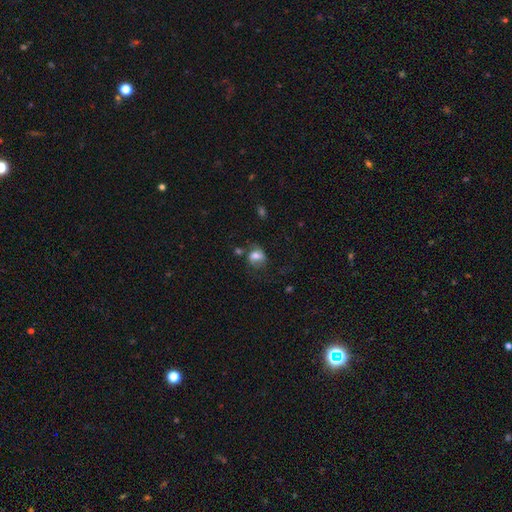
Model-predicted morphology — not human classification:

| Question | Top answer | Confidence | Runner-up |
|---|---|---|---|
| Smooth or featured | smooth | 58% | featured or disk (32%) |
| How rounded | in between | 55% | round (43%) |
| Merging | none | 50% | minor disturbance (24%) |